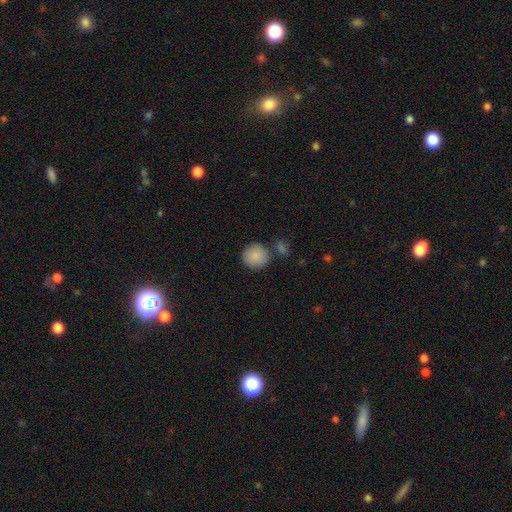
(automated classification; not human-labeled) A smooth galaxy with no disk features (88%) that is round (93%).

Vote fractions:
- Smooth or featured? smooth: 88% / star or artifact: 7% / featured or disk: 5%
- How rounded? round: 93% / in between: 6% / cigar-shaped: 1%
- Merging? none: 74% / merger: 12% / minor disturbance: 11% / major disturbance: 3%